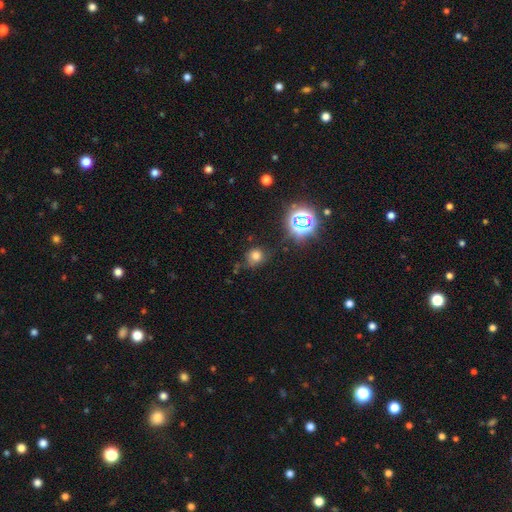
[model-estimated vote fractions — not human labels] smooth 68%, star or artifact 23%, featured or disk 8%. Down the decision tree: how rounded — round (78%); merging — none (66%).